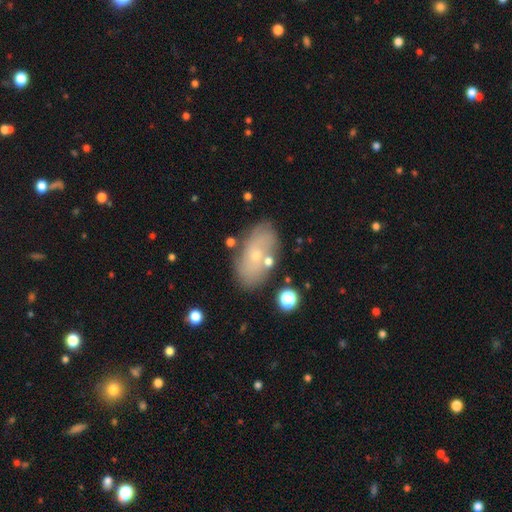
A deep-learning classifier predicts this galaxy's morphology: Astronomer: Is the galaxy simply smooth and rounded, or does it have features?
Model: smooth — 45%, tied with featured or disk at 45%.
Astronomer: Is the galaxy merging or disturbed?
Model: none — 74%.